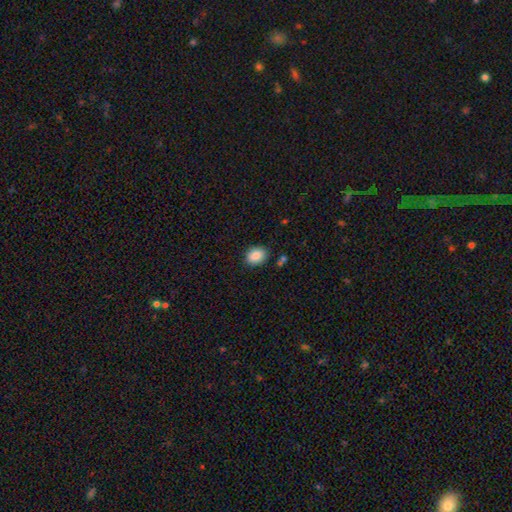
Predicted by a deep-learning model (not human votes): Q: Smooth or featured?
A: smooth (88%); runner-up: star or artifact (8%)
Q: How rounded?
A: in between (56%); runner-up: round (43%)
Q: Merging?
A: none (85%); runner-up: minor disturbance (10%)